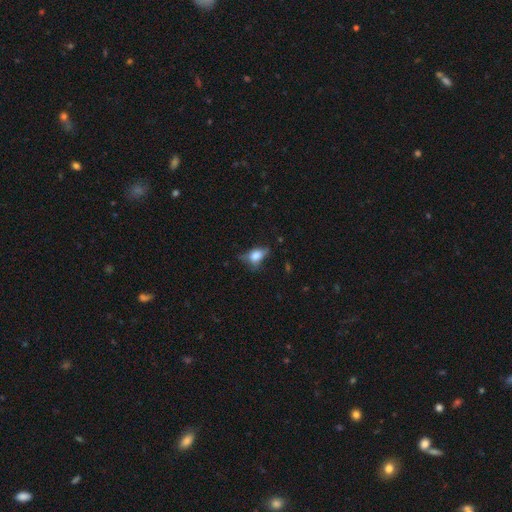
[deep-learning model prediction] Morphology: type=smooth (65%); roundness=in between (77%); merging=none (43%).